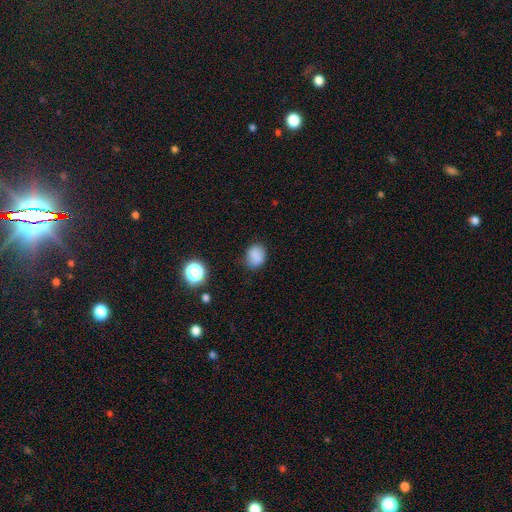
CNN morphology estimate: Overall: smooth (83%). How rounded: round (56%; in between 44%). Merging: none (77%).